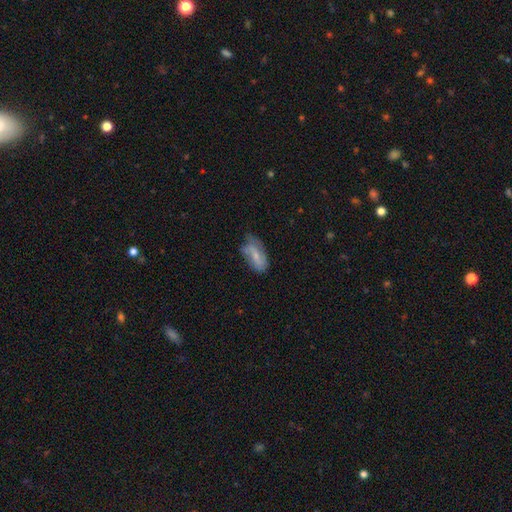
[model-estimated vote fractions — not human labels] smooth-or-featured: smooth: 46% (tied) | featured or disk: 46% (tied) | star or artifact: 8%
  merging: none: 46% | minor disturbance: 35% | major disturbance: 16% | merger: 2%